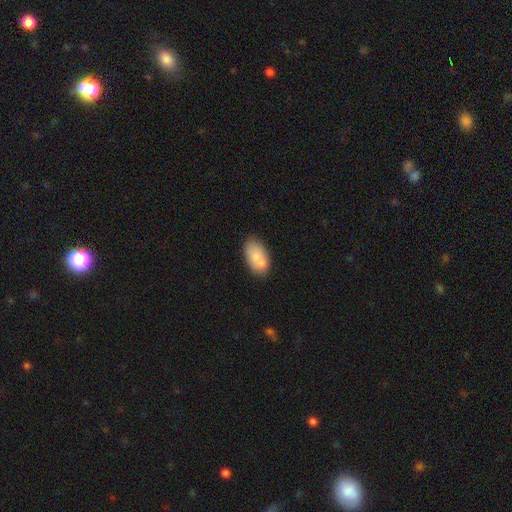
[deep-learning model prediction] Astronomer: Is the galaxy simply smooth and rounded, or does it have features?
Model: smooth — 75%.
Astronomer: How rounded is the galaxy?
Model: in between — 92%.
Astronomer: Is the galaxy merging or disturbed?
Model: none — 57%.